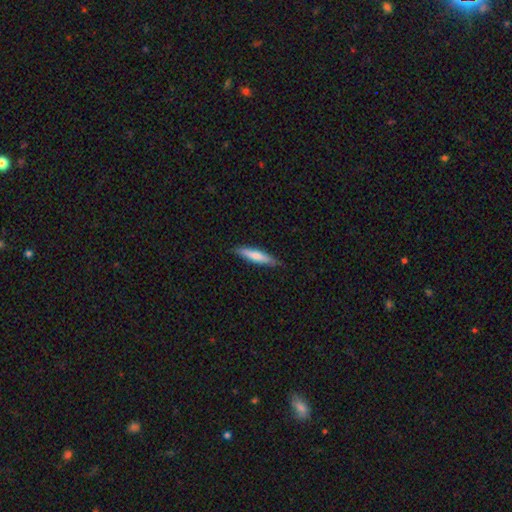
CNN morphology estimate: Smooth or featured? smooth (68%)
How rounded? cigar-shaped (81%)
Merging? none (82%)